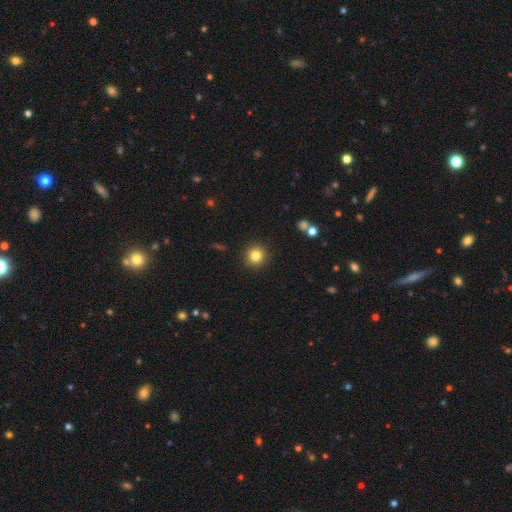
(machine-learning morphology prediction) Q: Smooth or featured?
A: smooth (82%); runner-up: star or artifact (11%)
Q: How rounded?
A: round (94%); runner-up: in between (5%)
Q: Merging?
A: none (92%); runner-up: minor disturbance (5%)